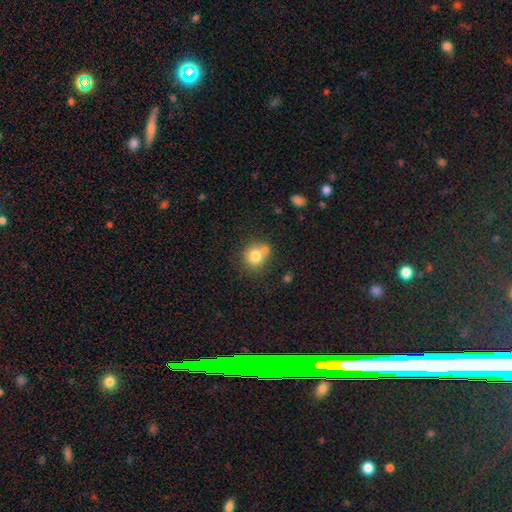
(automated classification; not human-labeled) A smooth galaxy with no disk features (78%) that is round (82%).

Vote fractions:
- Smooth or featured? smooth: 78% / featured or disk: 12% / star or artifact: 10%
- How rounded? round: 82% / in between: 17% / cigar-shaped: 1%
- Merging? none: 56% / merger: 27% / minor disturbance: 13% / major disturbance: 4%